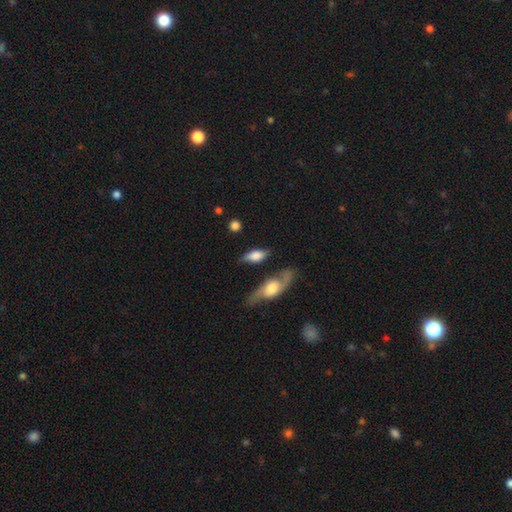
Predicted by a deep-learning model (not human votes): smooth_or_featured: smooth (p=0.61) [alt: featured or disk p=0.32]
how_rounded: in between (p=0.78) [alt: cigar-shaped p=0.17]
merging: none (p=0.61) [alt: minor disturbance p=0.21]